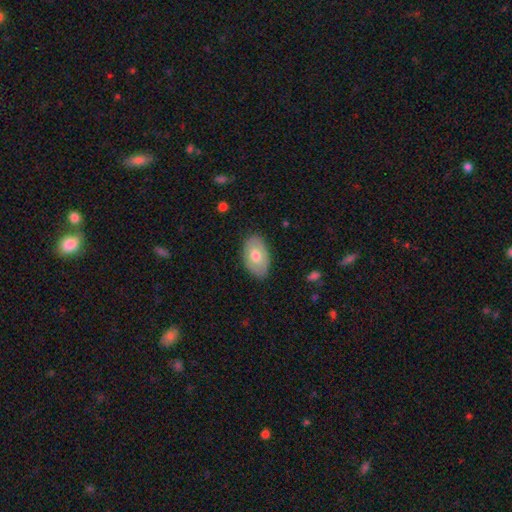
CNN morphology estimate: The model was most divided on "smooth or featured": smooth: 62%, featured or disk: 32%, star or artifact: 6%. More confident: how rounded — in between (91%); merging — none (81%).